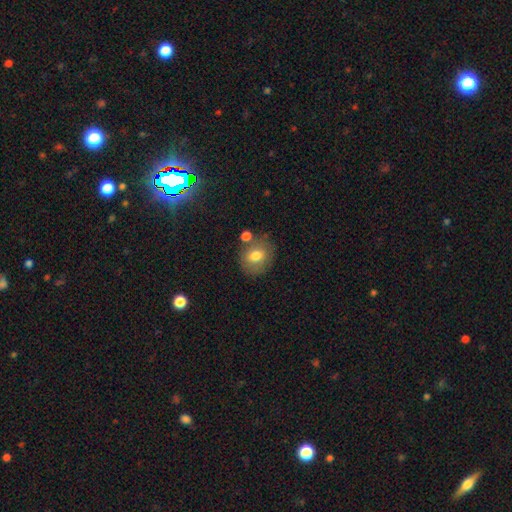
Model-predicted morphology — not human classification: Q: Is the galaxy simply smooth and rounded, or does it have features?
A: smooth — 74%.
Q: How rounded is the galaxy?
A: round — 62%.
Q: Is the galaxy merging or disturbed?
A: none — 69%.